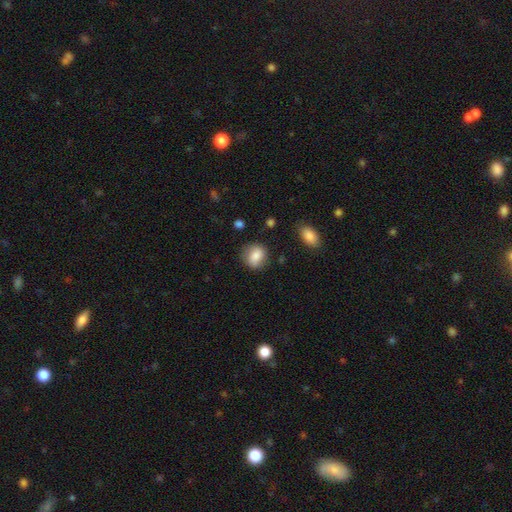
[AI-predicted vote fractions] smooth_or_featured: smooth (p=0.81) [alt: featured or disk p=0.11]
how_rounded: round (p=0.68) [alt: in between p=0.31]
merging: none (p=0.78) [alt: minor disturbance p=0.15]